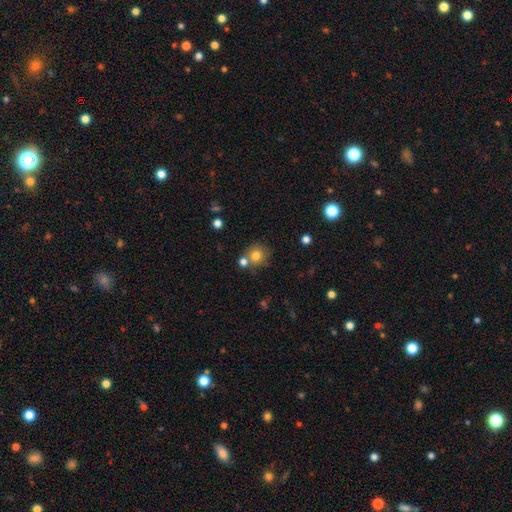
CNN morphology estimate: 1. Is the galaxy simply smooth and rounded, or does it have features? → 78% smooth, 12% star or artifact, 10% featured or disk.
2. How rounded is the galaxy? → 89% round, 10% in between, 1% cigar-shaped.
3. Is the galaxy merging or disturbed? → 66% none, 21% merger, 9% minor disturbance, 3% major disturbance.